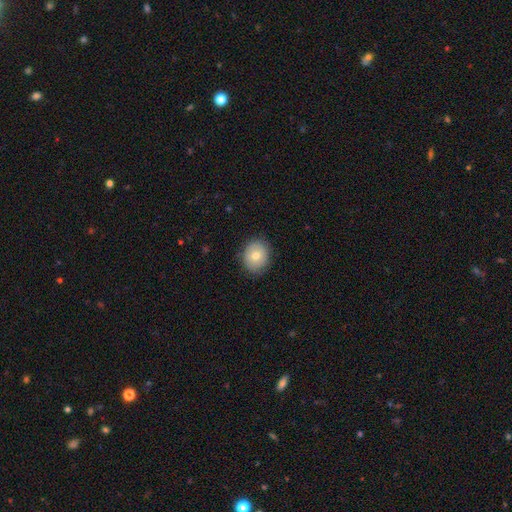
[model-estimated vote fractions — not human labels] This is likely a smooth galaxy (71%). How rounded: possibly round (52%). Merging: clearly none (85%).